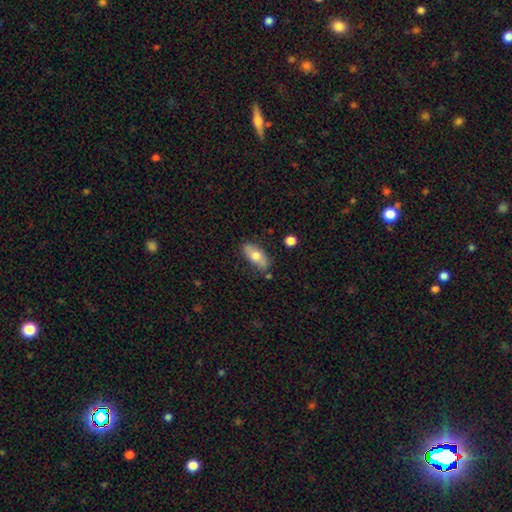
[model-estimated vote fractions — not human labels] The model was most divided on "smooth or featured": smooth: 65%, featured or disk: 28%, star or artifact: 7%. More confident: how rounded — in between (84%); merging — none (77%).